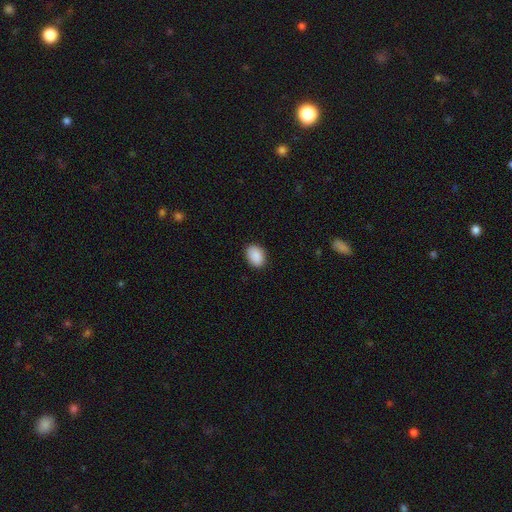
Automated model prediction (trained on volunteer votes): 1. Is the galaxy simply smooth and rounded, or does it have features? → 90% smooth, 7% star or artifact, 3% featured or disk.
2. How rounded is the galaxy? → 78% in between, 21% round, 1% cigar-shaped.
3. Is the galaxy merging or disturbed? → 88% none, 9% minor disturbance, 2% major disturbance, 1% merger.